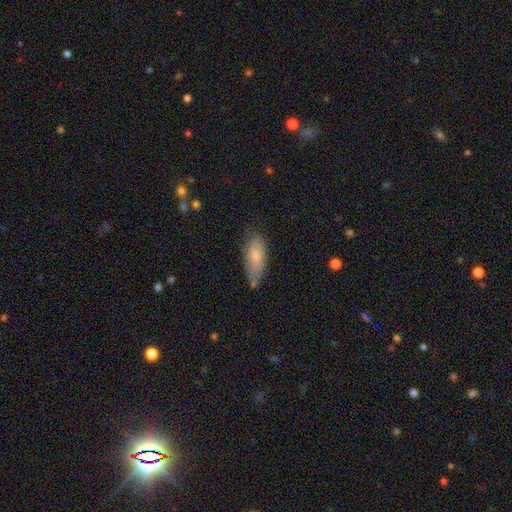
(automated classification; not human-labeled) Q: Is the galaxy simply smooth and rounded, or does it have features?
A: smooth — 70%.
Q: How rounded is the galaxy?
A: in between — 78%.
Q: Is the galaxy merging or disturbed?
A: none — 56%.